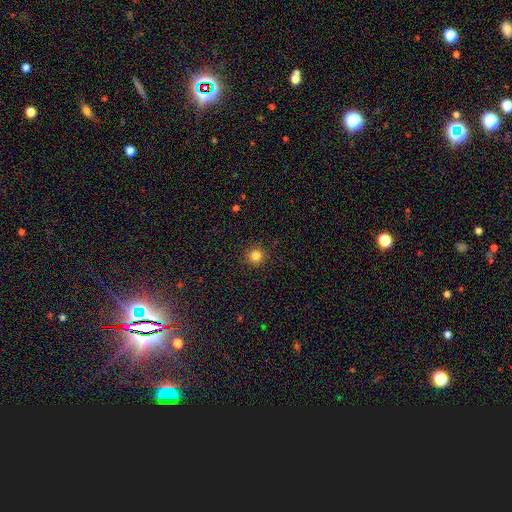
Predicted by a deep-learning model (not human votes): A smooth galaxy with no disk features (83%) that is round (94%).

Vote fractions:
- Smooth or featured? smooth: 83% / star or artifact: 12% / featured or disk: 5%
- How rounded? round: 94% / in between: 5% / cigar-shaped: 1%
- Merging? none: 92% / minor disturbance: 5% / major disturbance: 2% / merger: 1%